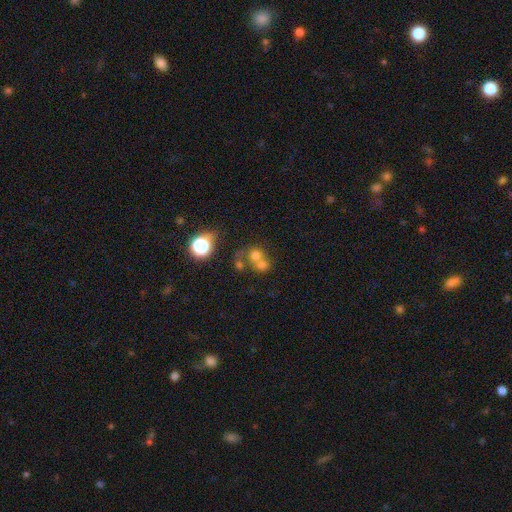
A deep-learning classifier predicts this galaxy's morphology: Smooth or featured?
  - smooth: 63% *
  - star or artifact: 19%
  - featured or disk: 17%
How rounded?
  - round: 78% *
  - in between: 21%
  - cigar-shaped: 1%
Merging?
  - merger: 55% *
  - none: 33%
  - minor disturbance: 6%
  - major disturbance: 5%